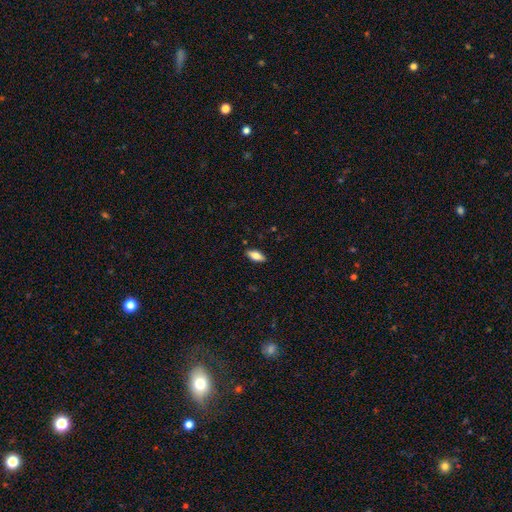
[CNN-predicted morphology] smooth_or_featured: smooth (p=0.74) [alt: featured or disk p=0.20]
how_rounded: in between (p=0.82) [alt: cigar-shaped p=0.16]
merging: none (p=0.88) [alt: minor disturbance p=0.09]